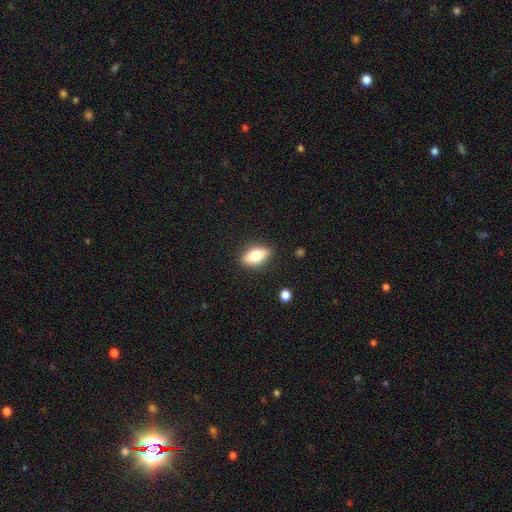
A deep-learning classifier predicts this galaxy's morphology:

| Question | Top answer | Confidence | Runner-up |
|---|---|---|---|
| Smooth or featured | smooth | 69% | featured or disk (23%) |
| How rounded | in between | 82% | cigar-shaped (12%) |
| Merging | none | 86% | minor disturbance (10%) |